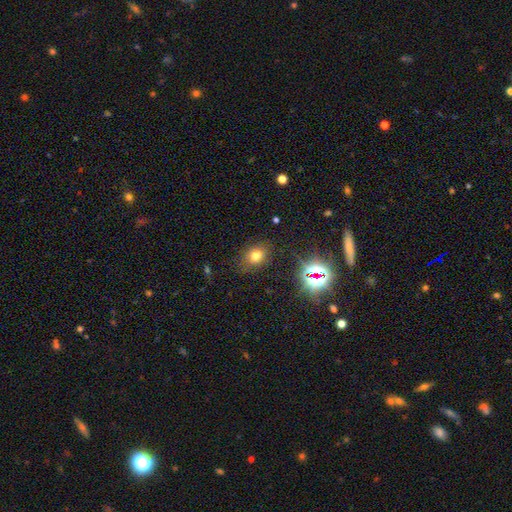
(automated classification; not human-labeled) Smooth or featured? smooth (69%)
How rounded? in between (53%)
Merging? none (82%)